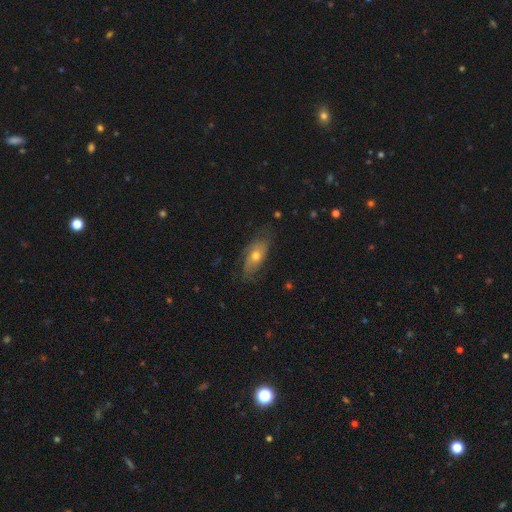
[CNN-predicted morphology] type=featured or disk (55%); edge-on=no (83%); merging=none (66%).